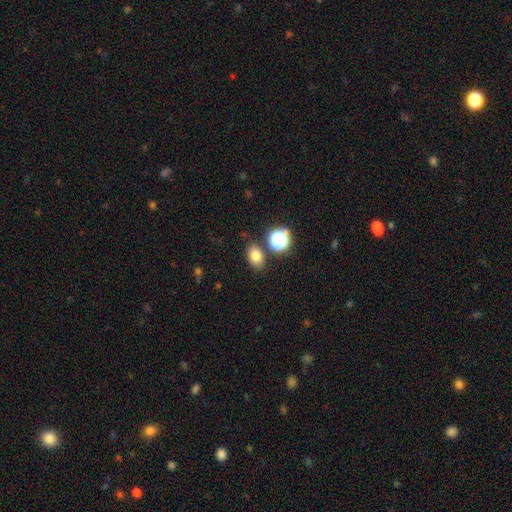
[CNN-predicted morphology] Smooth or featured?
  - smooth: 77% *
  - star or artifact: 15%
  - featured or disk: 8%
How rounded?
  - in between: 73% *
  - round: 26%
  - cigar-shaped: 1%
Merging?
  - none: 79% *
  - minor disturbance: 10%
  - merger: 7%
  - major disturbance: 3%